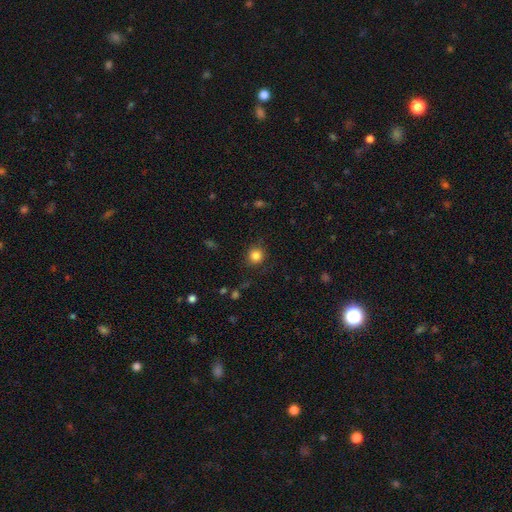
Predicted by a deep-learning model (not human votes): A smooth galaxy with no disk features (84%) that is round (91%).

Vote fractions:
- Smooth or featured? smooth: 84% / star or artifact: 12% / featured or disk: 5%
- How rounded? round: 91% / in between: 8% / cigar-shaped: 1%
- Merging? none: 86% / minor disturbance: 10% / major disturbance: 3% / merger: 1%